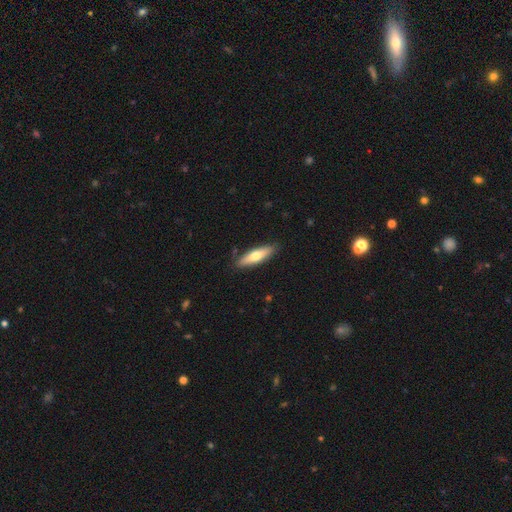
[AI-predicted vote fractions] A smooth galaxy with no disk features (63%) that is cigar-shaped (58%).

Vote fractions:
- Smooth or featured? smooth: 63% / featured or disk: 32% / star or artifact: 5%
- How rounded? cigar-shaped: 58% / in between: 40% / round: 2%
- Merging? none: 87% / minor disturbance: 9% / major disturbance: 2% / merger: 1%